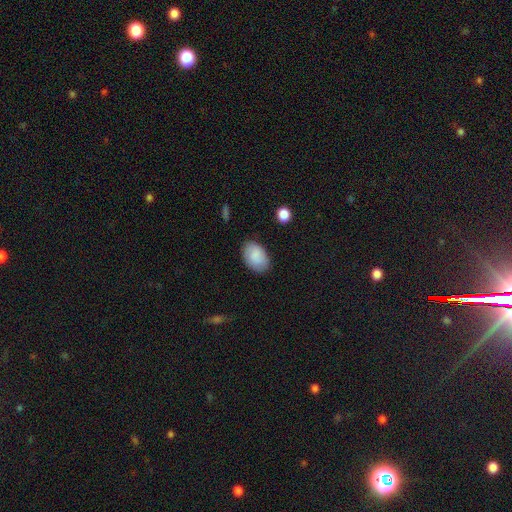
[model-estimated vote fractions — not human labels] Q: Smooth or featured?
A: smooth (87%); runner-up: featured or disk (7%)
Q: How rounded?
A: in between (89%); runner-up: round (10%)
Q: Merging?
A: none (83%); runner-up: minor disturbance (13%)